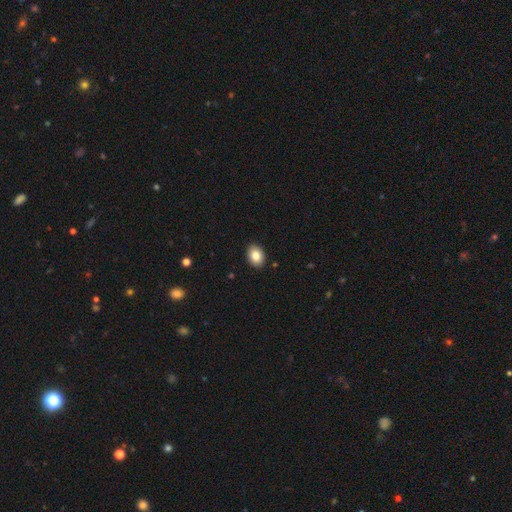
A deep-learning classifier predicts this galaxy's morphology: type=smooth (84%); roundness=in between (72%); merging=none (91%).